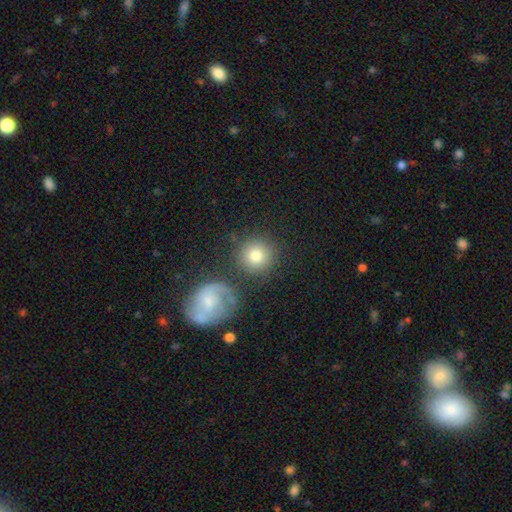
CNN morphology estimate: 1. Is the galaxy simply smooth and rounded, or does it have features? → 75% smooth, 16% featured or disk, 9% star or artifact.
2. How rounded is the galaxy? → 93% round, 6% in between, 1% cigar-shaped.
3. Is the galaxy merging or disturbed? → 76% none, 10% minor disturbance, 9% merger, 5% major disturbance.